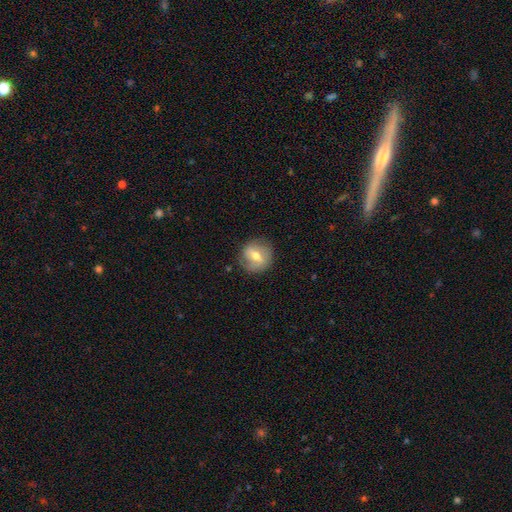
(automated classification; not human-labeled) This appears to be a smooth galaxy with no disk features (47%). Merging: none (80%).